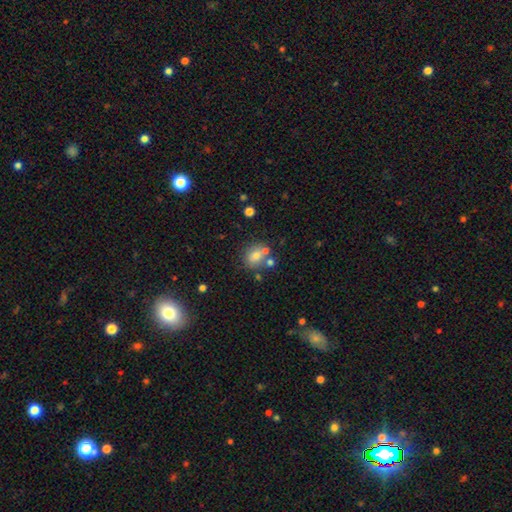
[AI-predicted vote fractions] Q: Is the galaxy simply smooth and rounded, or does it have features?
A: smooth — 73%.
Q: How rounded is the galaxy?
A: round — 60%.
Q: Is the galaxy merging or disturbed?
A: none — 59%.